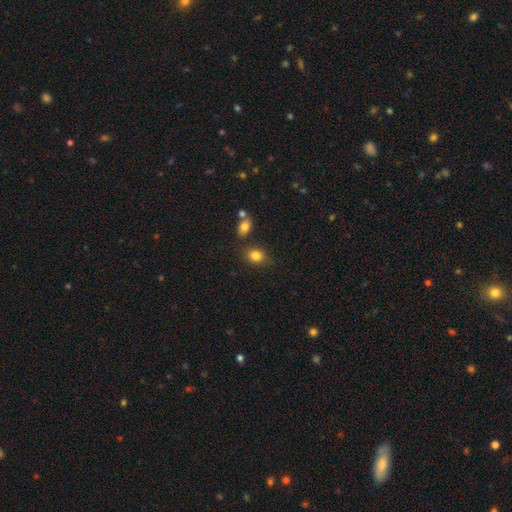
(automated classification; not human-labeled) The model was most divided on "how rounded": round: 54%, in between: 45%, cigar-shaped: 1%. More confident: smooth or featured — smooth (83%); merging — none (76%).